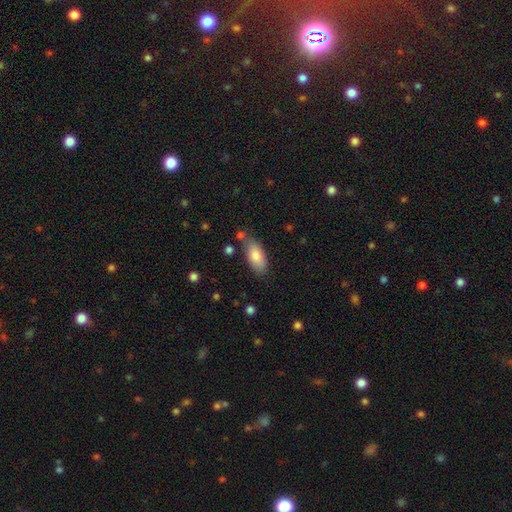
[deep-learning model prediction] Overall: smooth (82%). How rounded: in between (87%). Merging: none (70%).